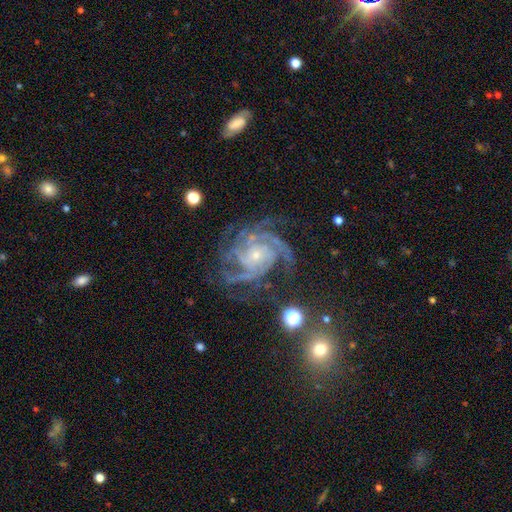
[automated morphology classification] Smooth or featured? Predicted: featured or disk (p=0.91). Edge-on disk? Predicted: no (p=0.98). Bar? Predicted: no (p=0.70). Spiral arms? Predicted: yes (p=0.98). Spiral winding? Predicted: tight (p=0.62). Spiral arm count? Predicted: 4 (p=0.35). Bulge size? Predicted: small (p=0.79). Merging? Predicted: none (p=0.68).